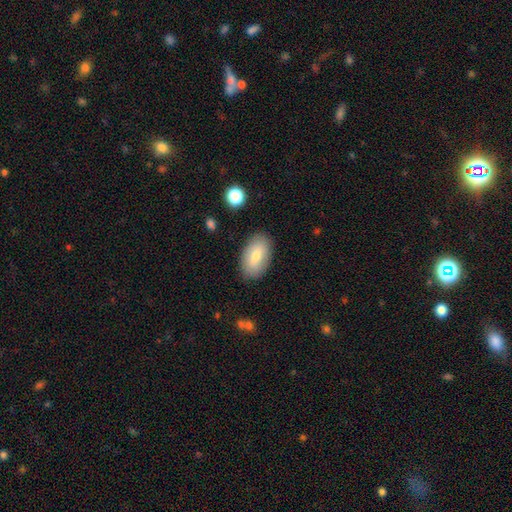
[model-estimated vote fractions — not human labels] This appears to be a smooth galaxy with no disk features (75%) that is in between round and cigar-shaped (94%). Merging: none (85%).